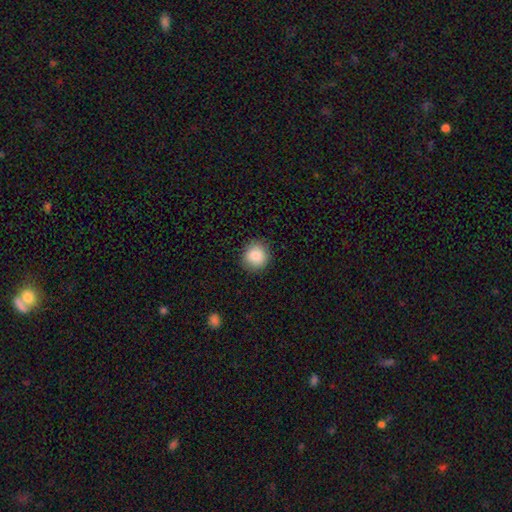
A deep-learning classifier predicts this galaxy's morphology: A smooth galaxy with no disk features (87%) that is round (90%). Merging: none (89%).